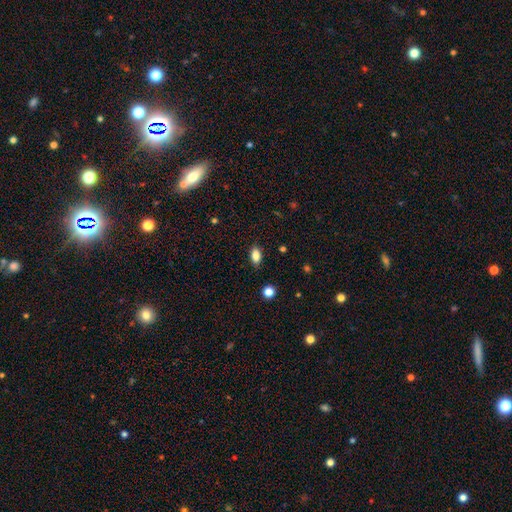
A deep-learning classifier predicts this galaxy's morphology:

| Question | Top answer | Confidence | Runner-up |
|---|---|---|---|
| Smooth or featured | smooth | 84% | star or artifact (9%) |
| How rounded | in between | 88% | round (6%) |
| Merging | none | 87% | minor disturbance (10%) |